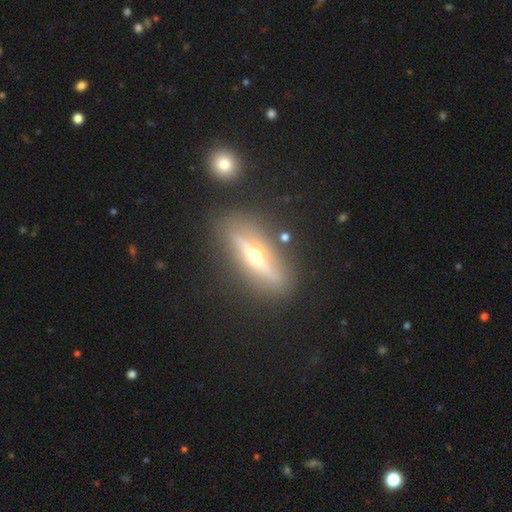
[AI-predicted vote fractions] Smooth or featured? Predicted: featured or disk (p=0.74). Edge-on disk? Predicted: yes (p=0.91). Edge-on bulge? Predicted: rounded (p=0.96). Merging? Predicted: none (p=0.84).